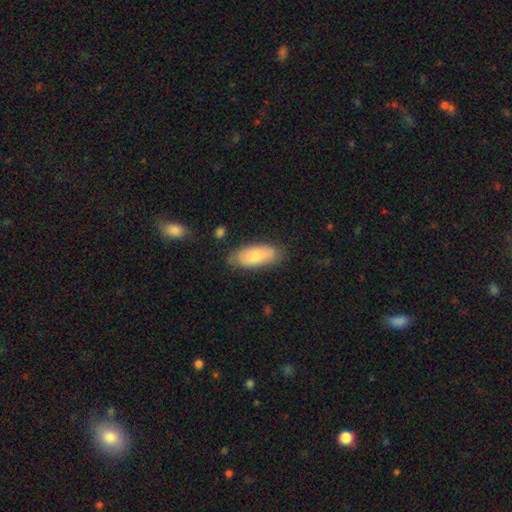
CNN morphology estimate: This is likely a smooth galaxy (76%). How rounded: clearly in between (86%). Merging: likely none (77%).